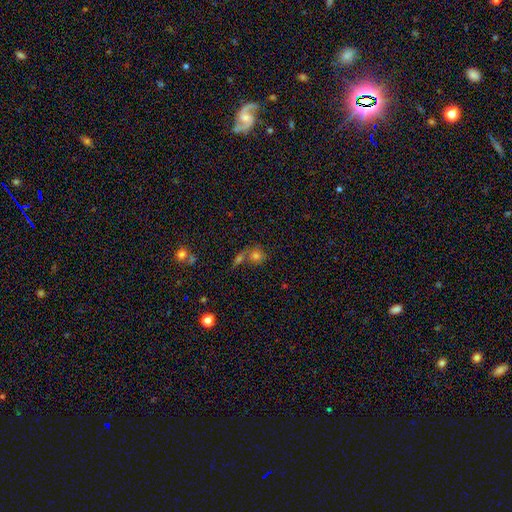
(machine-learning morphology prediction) Q: Smooth or featured?
A: smooth (70%); runner-up: star or artifact (15%)
Q: How rounded?
A: round (80%); runner-up: in between (18%)
Q: Merging?
A: none (48%); runner-up: merger (35%)